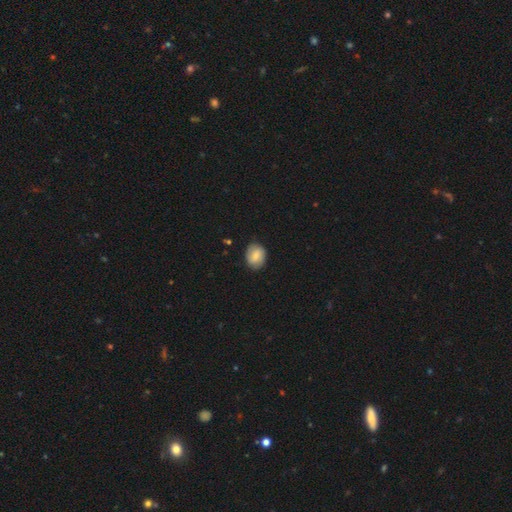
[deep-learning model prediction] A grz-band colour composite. It shows a smooth galaxy with no disk features (73%) that is in between round and cigar-shaped (53%). Merging: none (82%).